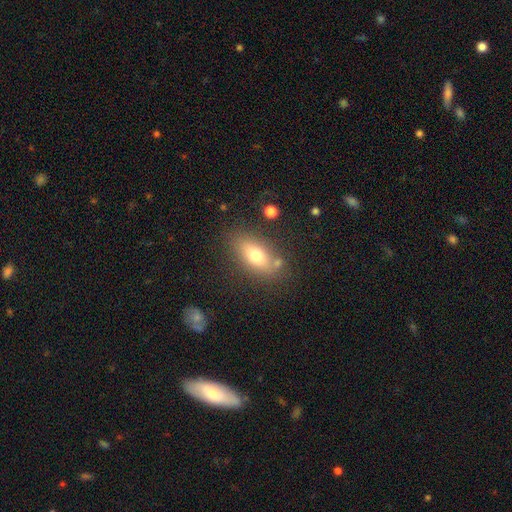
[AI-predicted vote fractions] A smooth galaxy with no disk features (70%) that is in between round and cigar-shaped (81%). Merging: none (74%).